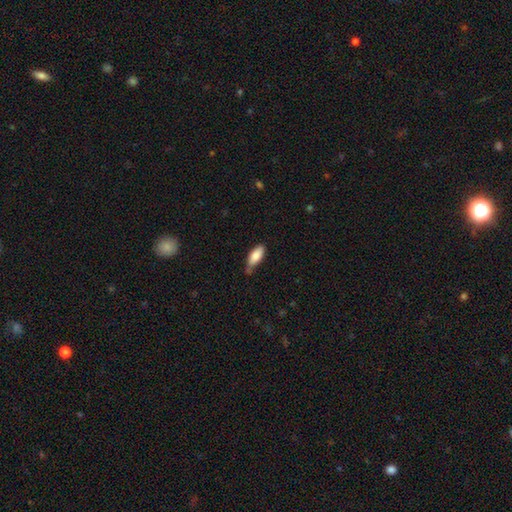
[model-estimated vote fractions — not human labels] smooth_or_featured: smooth (p=0.84) [alt: featured or disk p=0.10]
how_rounded: in between (p=0.81) [alt: cigar-shaped p=0.17]
merging: none (p=0.58) [alt: minor disturbance p=0.32]